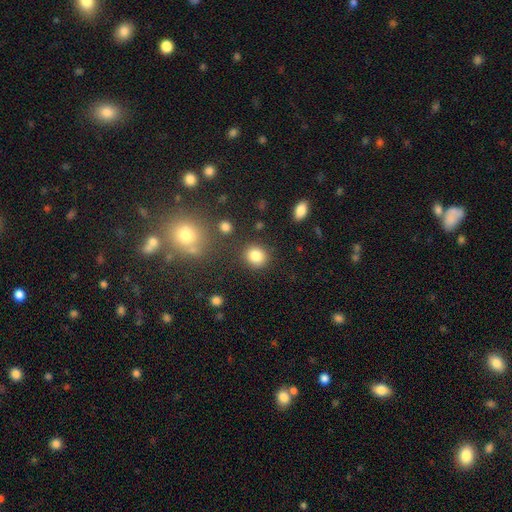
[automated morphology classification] This appears to be a smooth galaxy with no disk features (84%) that is round (80%). Merging: none (84%).